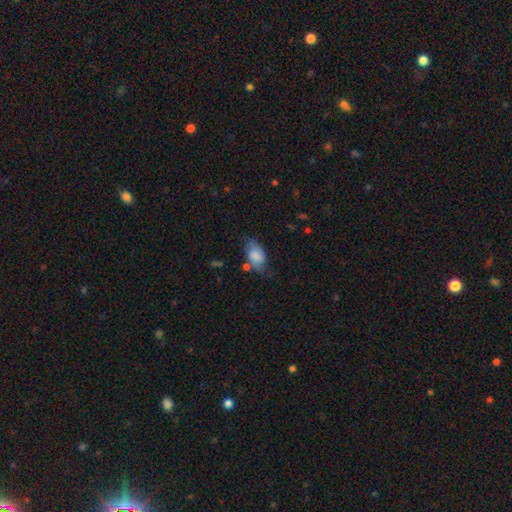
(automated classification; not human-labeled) Smooth or featured: smooth — 70% (featured or disk — 22%)
How rounded: in between — 90% (round — 8%)
Merging: none — 52% (minor disturbance — 30%)